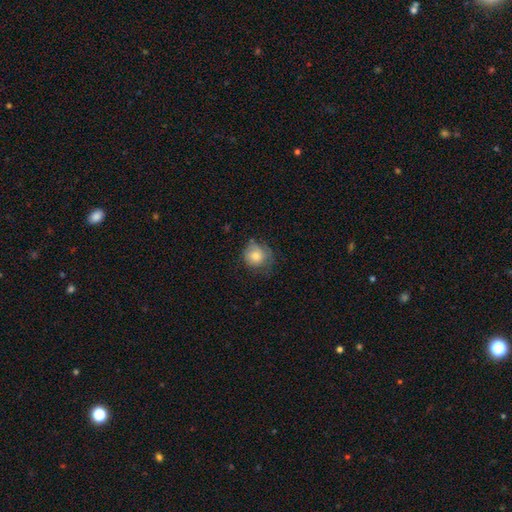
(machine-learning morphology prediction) The model was most divided on "merging": none: 52%, minor disturbance: 30%, major disturbance: 16%, merger: 2%. More confident: how rounded — round (78%); smooth or featured — smooth (72%).